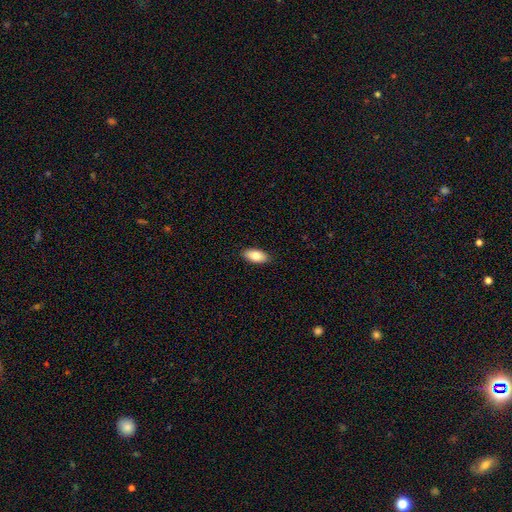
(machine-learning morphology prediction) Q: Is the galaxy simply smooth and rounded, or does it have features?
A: smooth — 83%.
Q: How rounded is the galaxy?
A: in between — 91%.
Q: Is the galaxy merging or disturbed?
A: none — 88%.